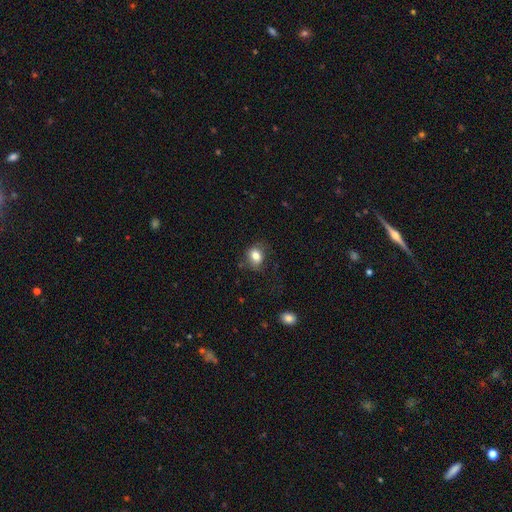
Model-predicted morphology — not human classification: This is clearly a smooth galaxy (81%). How rounded: possibly in between (55%). Merging: likely none (69%).